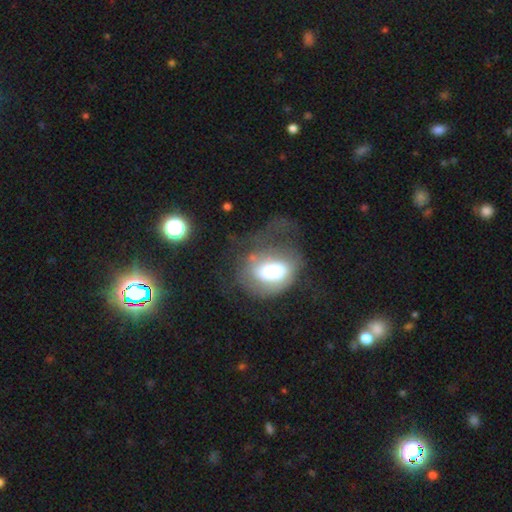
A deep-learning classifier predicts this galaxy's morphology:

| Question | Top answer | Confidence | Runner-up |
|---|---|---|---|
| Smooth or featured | featured or disk | 47% | smooth (36%) |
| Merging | none | 39% | major disturbance (34%) |